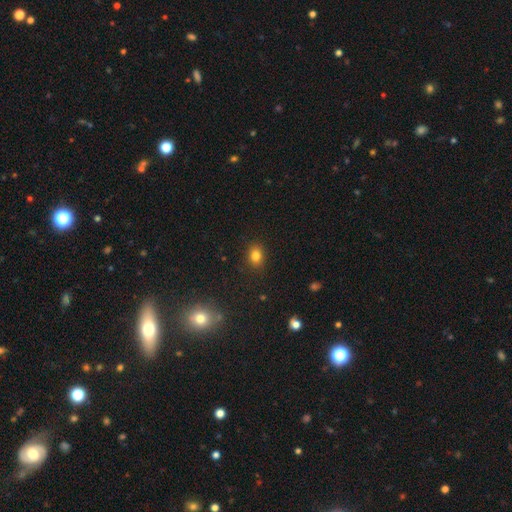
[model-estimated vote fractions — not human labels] Q: Smooth or featured?
A: smooth (81%); runner-up: star or artifact (13%)
Q: How rounded?
A: in between (54%); runner-up: round (45%)
Q: Merging?
A: none (87%); runner-up: minor disturbance (9%)